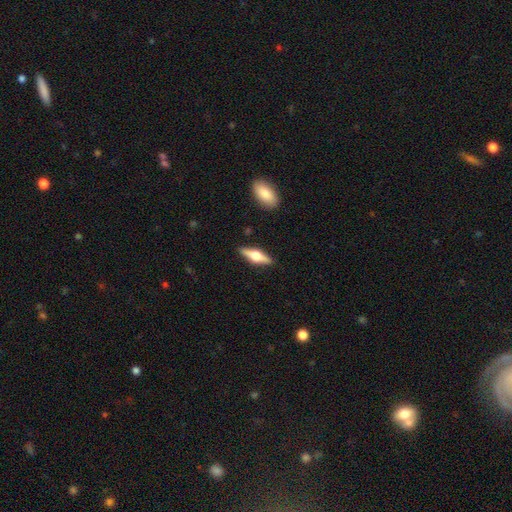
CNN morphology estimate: Smooth or featured: featured or disk — 64% (smooth — 31%)
Edge-on disk: yes — 96% (no — 4%)
Edge-on bulge: rounded — 93% (boxy — 5%)
Merging: none — 89% (minor disturbance — 8%)